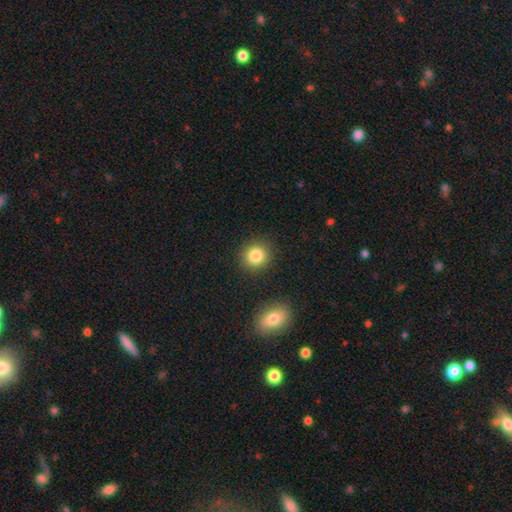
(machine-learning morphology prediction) A smooth galaxy with no disk features (84%) that is round (87%). Merging: none (87%).